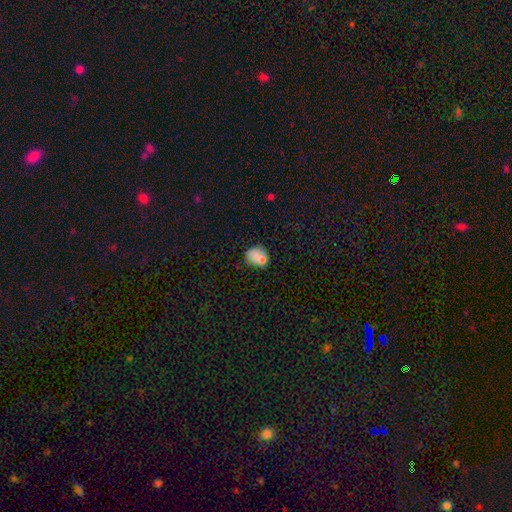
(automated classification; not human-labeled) Smooth or featured? smooth (75%)
How rounded? in between (51%)
Merging? none (46%)